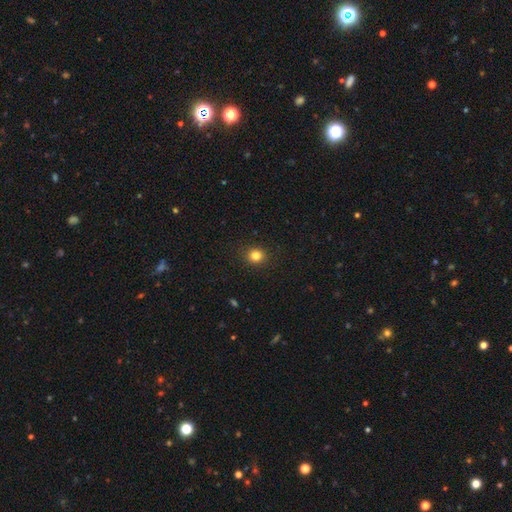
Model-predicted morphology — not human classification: smooth-or-featured: smooth: 83% | star or artifact: 12% | featured or disk: 5%
  how-rounded: round: 82% | in between: 17% | cigar-shaped: 1%
  merging: none: 91% | minor disturbance: 6% | major disturbance: 2% | merger: 1%